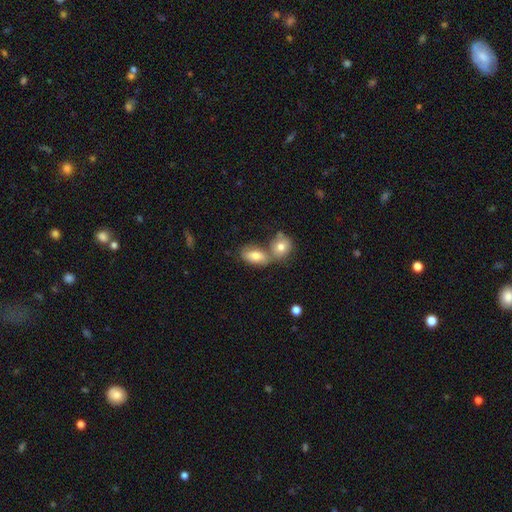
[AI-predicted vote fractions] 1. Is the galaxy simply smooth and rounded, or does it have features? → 74% smooth, 16% featured or disk, 9% star or artifact.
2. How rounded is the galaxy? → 88% in between, 9% round, 4% cigar-shaped.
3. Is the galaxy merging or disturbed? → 47% merger, 38% none, 11% minor disturbance, 4% major disturbance.